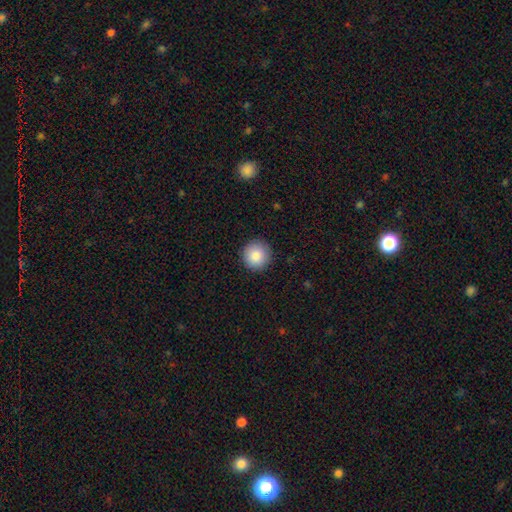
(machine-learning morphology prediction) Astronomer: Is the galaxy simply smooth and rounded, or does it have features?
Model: smooth — 87%.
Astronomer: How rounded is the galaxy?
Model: round — 95%.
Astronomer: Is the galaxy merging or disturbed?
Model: none — 92%.